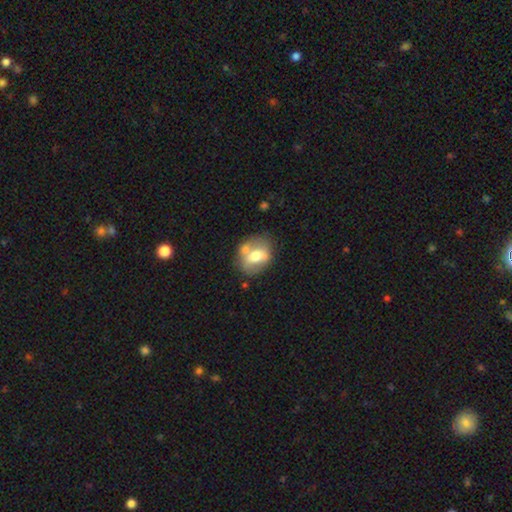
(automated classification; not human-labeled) smooth 52%, featured or disk 41%, star or artifact 7%. Down the decision tree: how rounded — in between (59%); merging — none (52%).